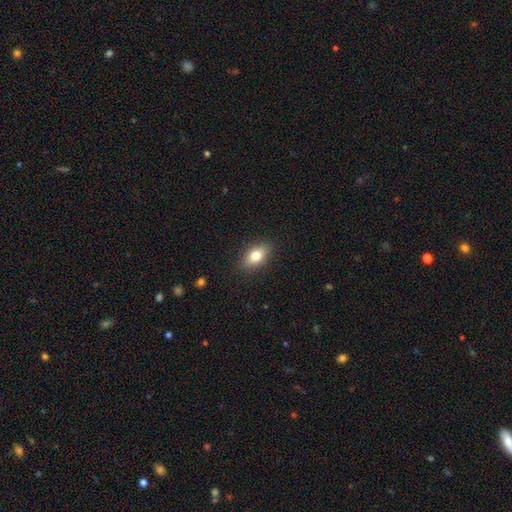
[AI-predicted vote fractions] Overall: smooth (78%). How rounded: in between (86%). Merging: none (88%).